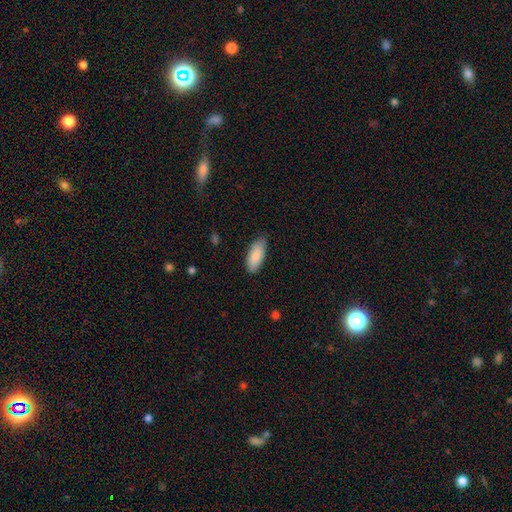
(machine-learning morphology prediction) Smooth or featured? Predicted: smooth (p=0.89). How rounded? Predicted: in between (p=0.83). Merging? Predicted: none (p=0.77).